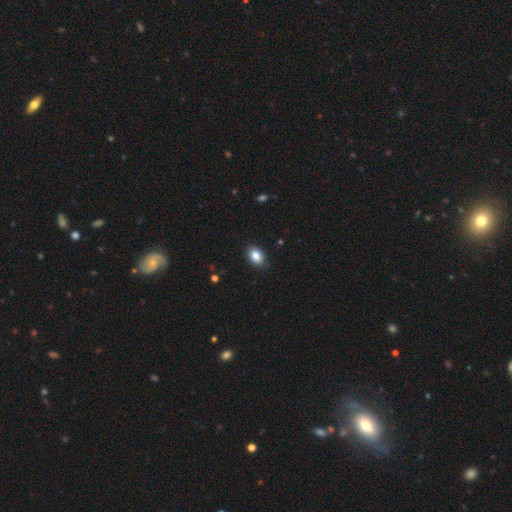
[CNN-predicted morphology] This appears to be a smooth galaxy with no disk features (86%) that is in between round and cigar-shaped (78%). Merging: none (89%).